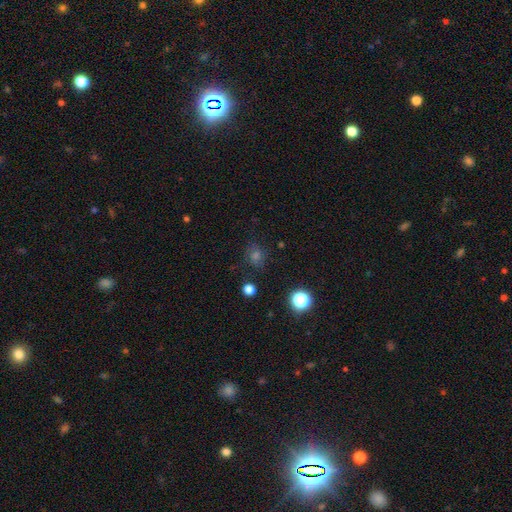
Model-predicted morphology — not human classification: Smooth or featured: smooth — 56% (star or artifact — 35%)
How rounded: round — 76% (in between — 23%)
Merging: none — 80% (minor disturbance — 13%)